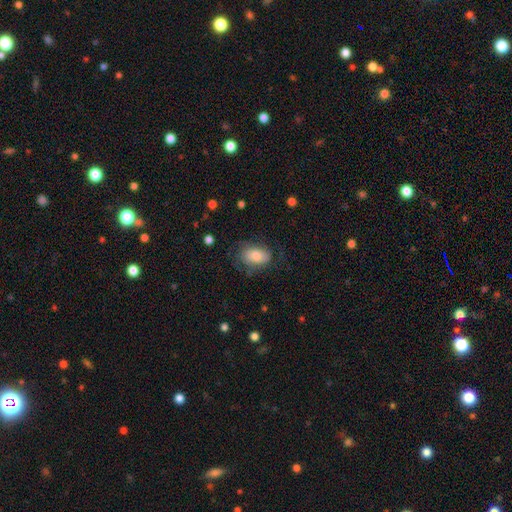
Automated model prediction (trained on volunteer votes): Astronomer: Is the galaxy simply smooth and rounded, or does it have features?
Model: smooth — 60%.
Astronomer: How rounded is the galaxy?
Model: in between — 83%.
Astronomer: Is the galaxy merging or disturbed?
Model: none — 59%.